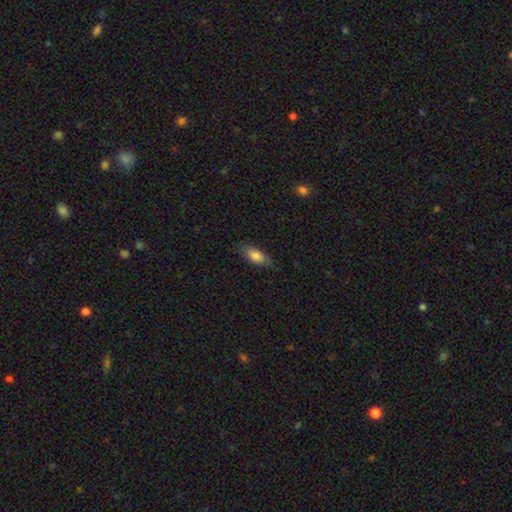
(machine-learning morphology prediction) Smooth or featured?
  - smooth: 80% *
  - featured or disk: 13%
  - star or artifact: 7%
How rounded?
  - in between: 81% *
  - cigar-shaped: 16%
  - round: 3%
Merging?
  - none: 79% *
  - minor disturbance: 16%
  - major disturbance: 4%
  - merger: 1%